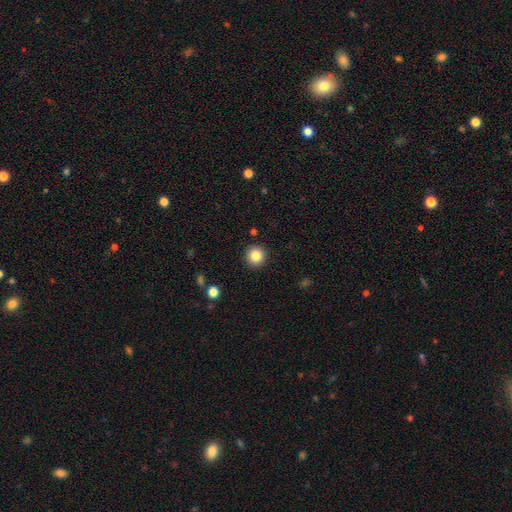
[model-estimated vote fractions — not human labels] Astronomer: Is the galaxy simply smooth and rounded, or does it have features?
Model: smooth — 85%.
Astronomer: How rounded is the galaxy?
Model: round — 95%.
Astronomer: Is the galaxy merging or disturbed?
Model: none — 91%.